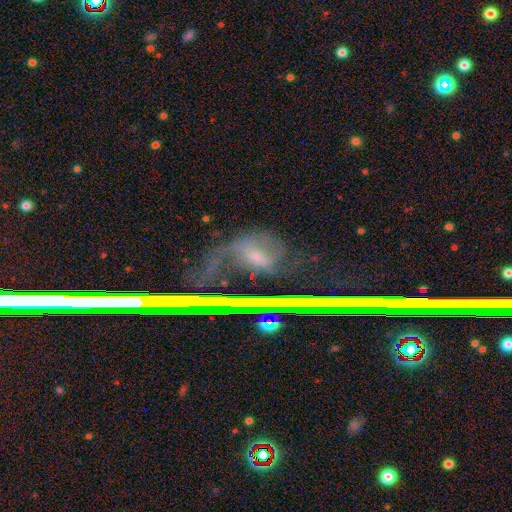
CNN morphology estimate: Smooth or featured: featured or disk — 58% (smooth — 22%)
Edge-on disk: no — 91% (yes — 9%)
Bar: weak — 41% (no — 31%)
Spiral arms: yes — 80% (no — 20%)
Bulge size: moderate — 44% (small — 33%)
Merging: none — 55% (minor disturbance — 21%)